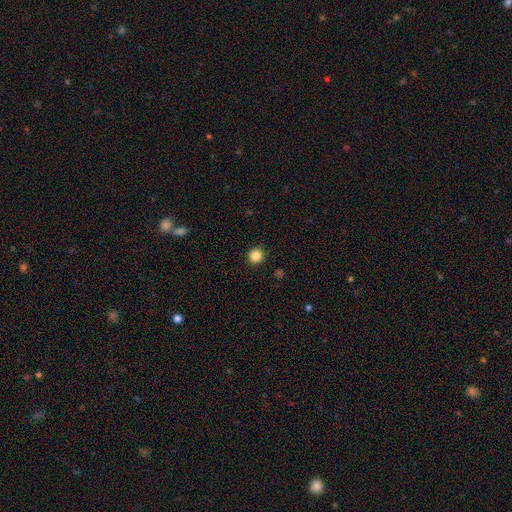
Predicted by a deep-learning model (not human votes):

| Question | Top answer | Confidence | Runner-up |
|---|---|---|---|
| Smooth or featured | smooth | 85% | star or artifact (11%) |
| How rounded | round | 93% | in between (6%) |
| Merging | none | 92% | minor disturbance (5%) |